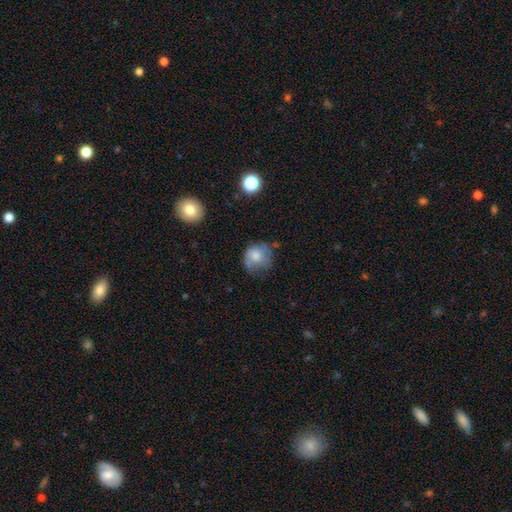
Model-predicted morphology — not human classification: A smooth galaxy with no disk features (67%) that is round (80%).

Vote fractions:
- Smooth or featured? smooth: 67% / featured or disk: 24% / star or artifact: 9%
- How rounded? round: 80% / in between: 19% / cigar-shaped: 1%
- Merging? none: 51% / minor disturbance: 30% / major disturbance: 16% / merger: 3%